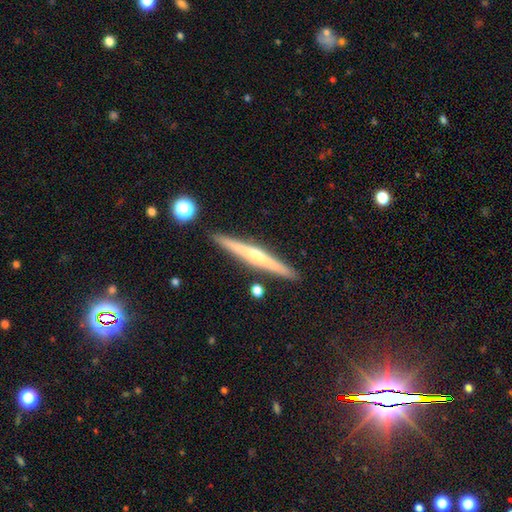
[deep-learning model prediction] smooth-or-featured: featured or disk: 71% | smooth: 21% | star or artifact: 9%
  disk-edge-on: yes: 97% | no: 3%
    edge-on-bulge: rounded: 80% | none: 15% | boxy: 5%
  merging: none: 90% | minor disturbance: 7% | merger: 2% | major disturbance: 1%